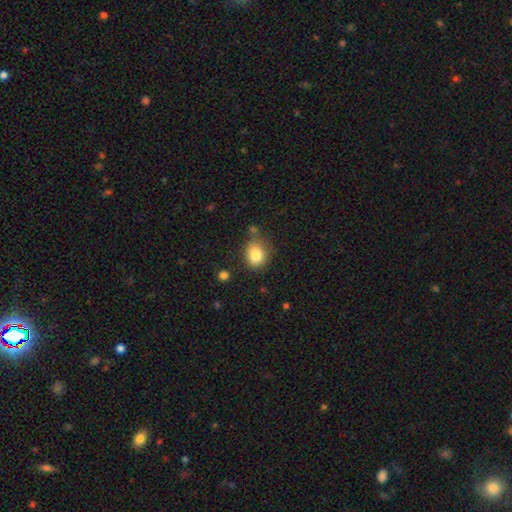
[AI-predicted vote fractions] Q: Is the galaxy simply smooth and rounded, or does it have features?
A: smooth — 83%.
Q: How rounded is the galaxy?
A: round — 65%.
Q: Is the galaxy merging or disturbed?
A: none — 72%.